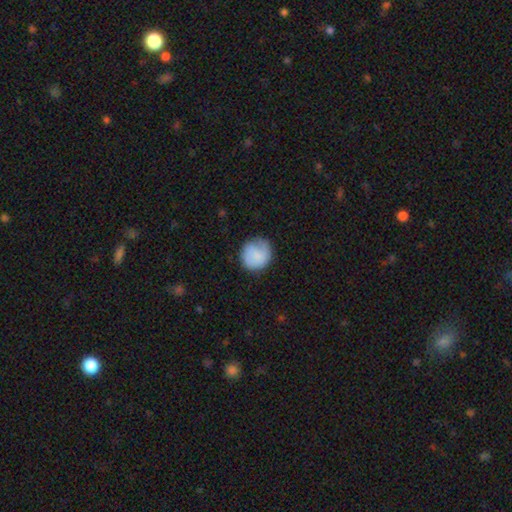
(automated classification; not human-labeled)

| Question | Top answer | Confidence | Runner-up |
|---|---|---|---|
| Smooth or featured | smooth | 76% | featured or disk (17%) |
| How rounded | round | 85% | in between (14%) |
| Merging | none | 65% | minor disturbance (24%) |